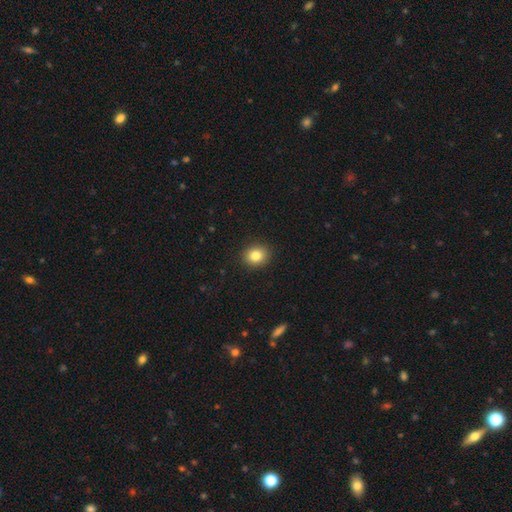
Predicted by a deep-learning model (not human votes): A smooth galaxy with no disk features (83%) that is round (69%). Merging: none (91%).